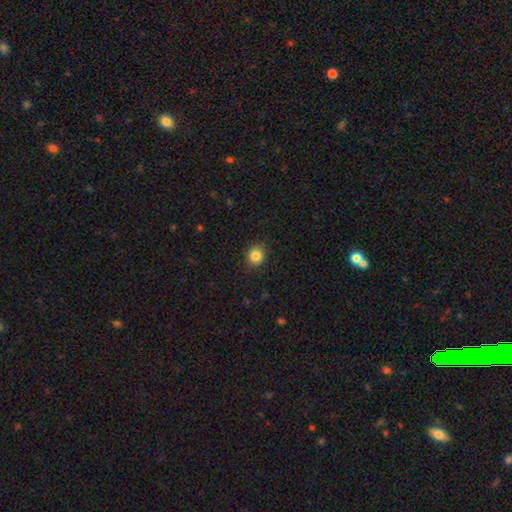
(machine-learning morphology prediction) type=smooth (85%); roundness=round (83%); merging=none (88%).